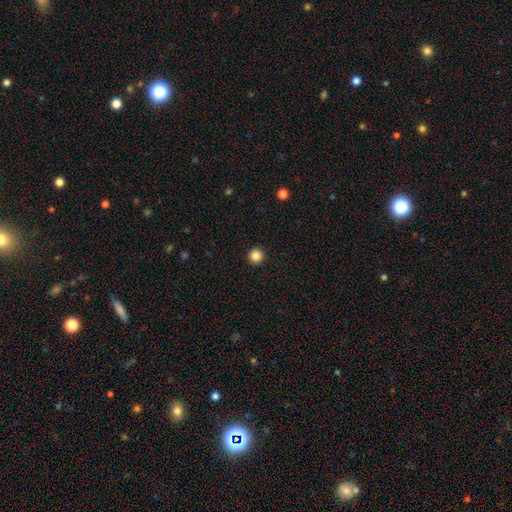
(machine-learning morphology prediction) Smooth or featured? Predicted: smooth (p=0.86). How rounded? Predicted: round (p=0.97). Merging? Predicted: none (p=0.94).